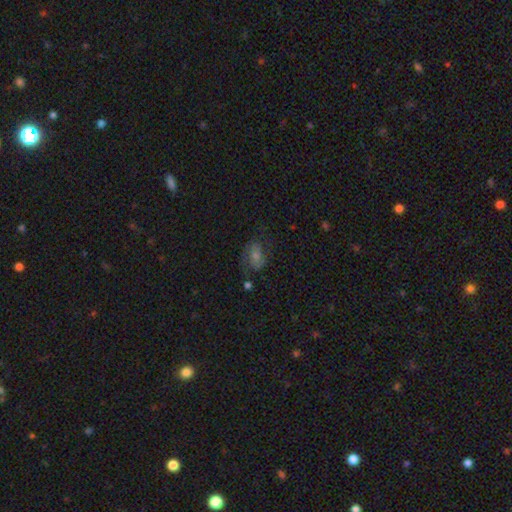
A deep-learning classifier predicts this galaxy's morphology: type=featured or disk (50%); merging=none (69%).